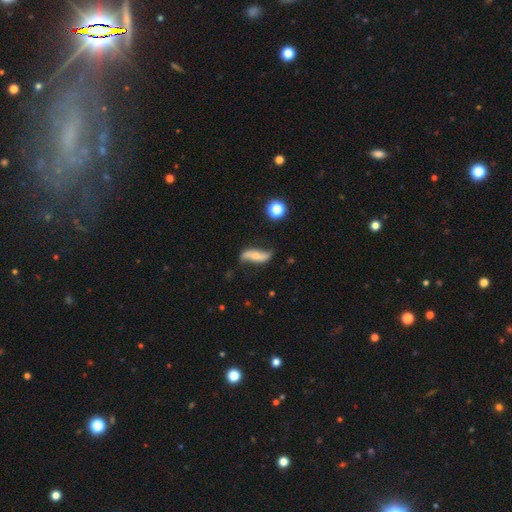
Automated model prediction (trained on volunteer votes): smooth-or-featured: featured or disk: 61% | smooth: 31% | star or artifact: 8%
  disk-edge-on: no: 81% | yes: 19%
  merging: none: 65% | minor disturbance: 23% | major disturbance: 9% | merger: 3%